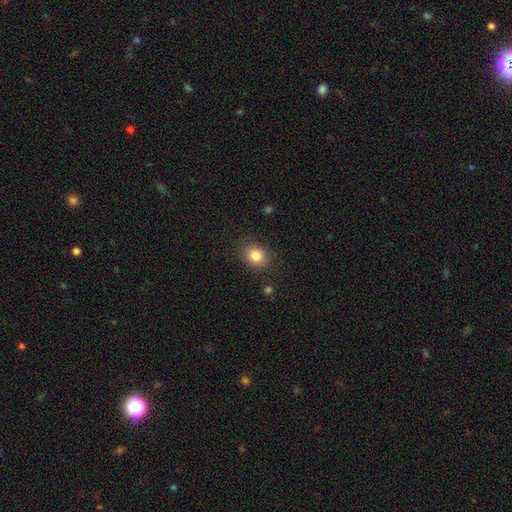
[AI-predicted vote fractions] A smooth galaxy with no disk features (83%) that is round (53%). Merging: none (85%).